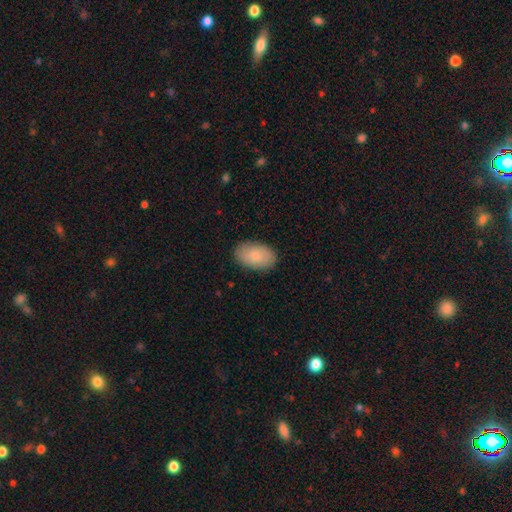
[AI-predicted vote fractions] Smooth or featured: smooth — 81% (featured or disk — 13%)
How rounded: in between — 92% (round — 6%)
Merging: none — 87% (minor disturbance — 10%)